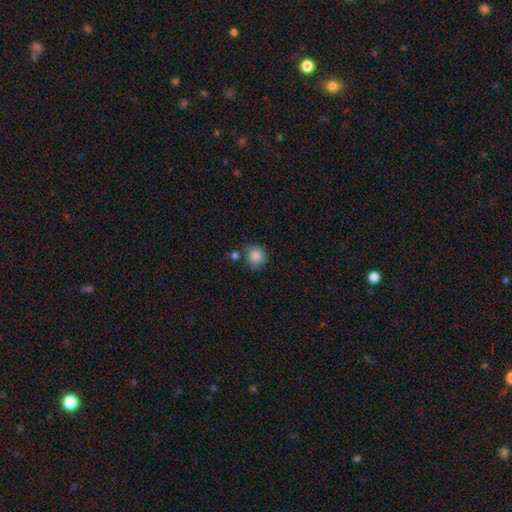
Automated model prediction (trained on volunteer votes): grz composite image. It shows a smooth galaxy with no disk features (86%) that is round (87%). Merging: none (67%).